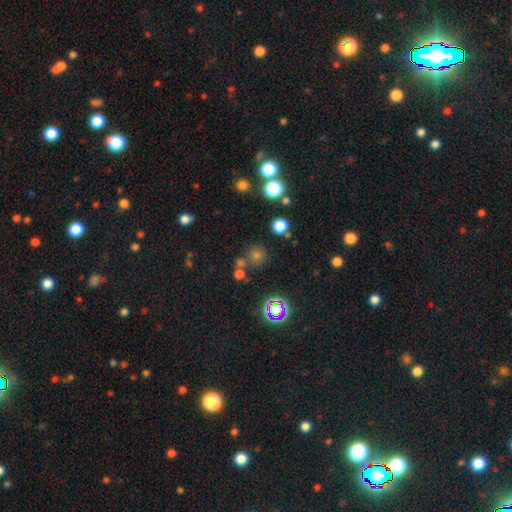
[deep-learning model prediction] smooth 48%, star or artifact 43%, featured or disk 9%. Down the decision tree: merging — none (75%).